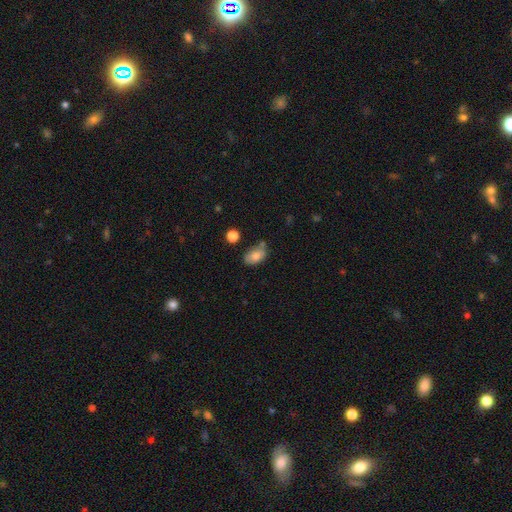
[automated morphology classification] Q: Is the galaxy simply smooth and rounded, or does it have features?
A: smooth — 77%.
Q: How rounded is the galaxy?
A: in between — 86%.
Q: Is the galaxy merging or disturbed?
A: none — 62%.